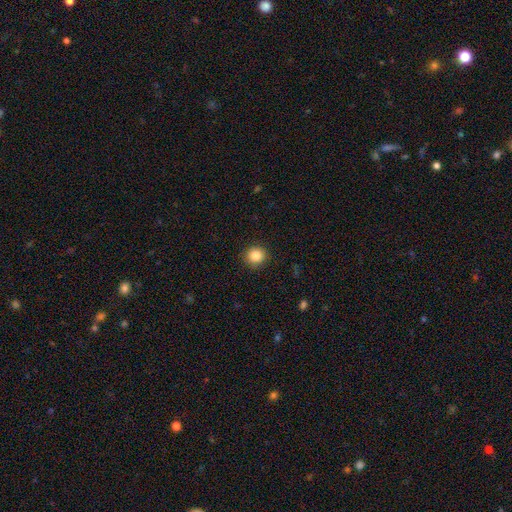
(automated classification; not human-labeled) A smooth galaxy with no disk features (86%) that is round (90%).

Vote fractions:
- Smooth or featured? smooth: 86% / star or artifact: 10% / featured or disk: 5%
- How rounded? round: 90% / in between: 9% / cigar-shaped: 1%
- Merging? none: 91% / minor disturbance: 6% / major disturbance: 2% / merger: 1%